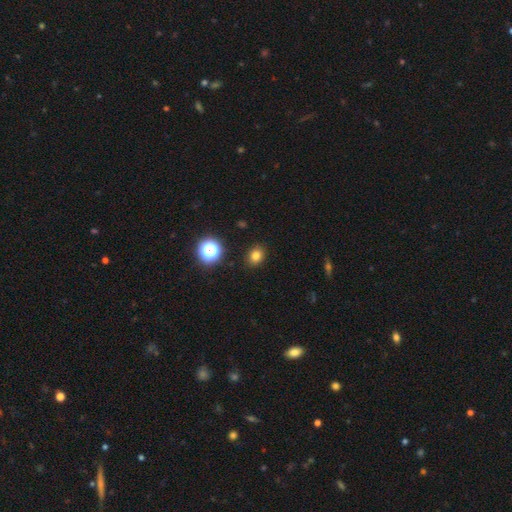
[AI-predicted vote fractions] Smooth or featured: smooth — 79% (star or artifact — 15%)
How rounded: round — 53% (in between — 46%)
Merging: none — 89% (minor disturbance — 8%)